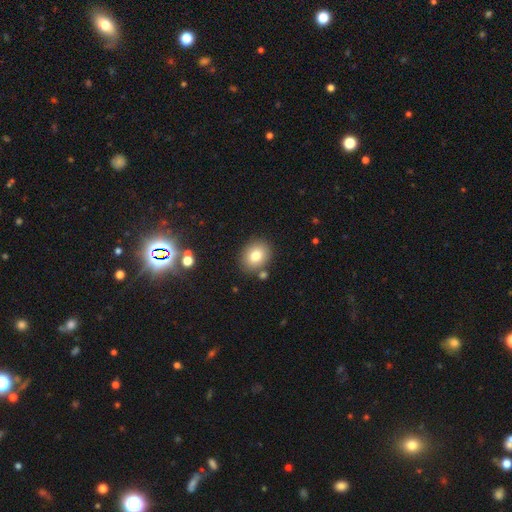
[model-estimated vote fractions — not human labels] Smooth or featured: smooth — 79% (star or artifact — 11%)
How rounded: round — 56% (in between — 43%)
Merging: none — 82% (minor disturbance — 9%)